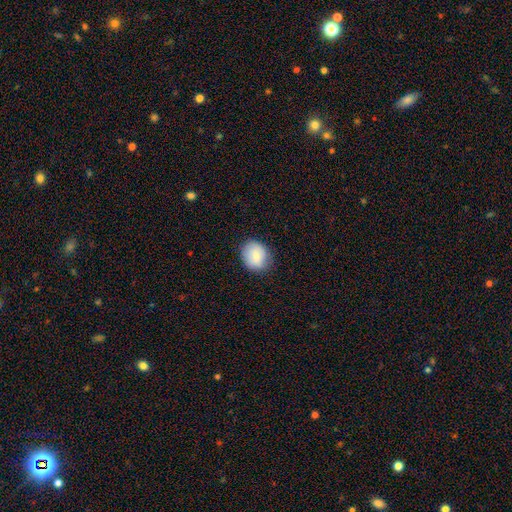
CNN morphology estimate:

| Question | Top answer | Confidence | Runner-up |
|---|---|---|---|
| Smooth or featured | smooth | 75% | featured or disk (18%) |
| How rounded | round | 58% | in between (42%) |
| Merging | none | 81% | minor disturbance (15%) |